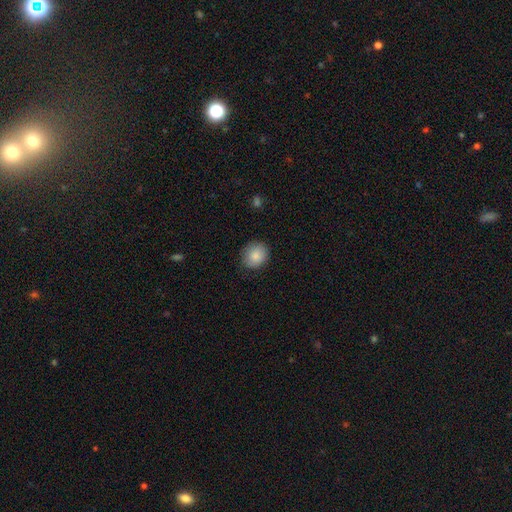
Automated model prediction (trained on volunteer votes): Smooth or featured?
  - smooth: 87% *
  - star or artifact: 8%
  - featured or disk: 5%
How rounded?
  - round: 76% *
  - in between: 23%
  - cigar-shaped: 1%
Merging?
  - none: 86% *
  - minor disturbance: 11%
  - major disturbance: 2%
  - merger: 1%